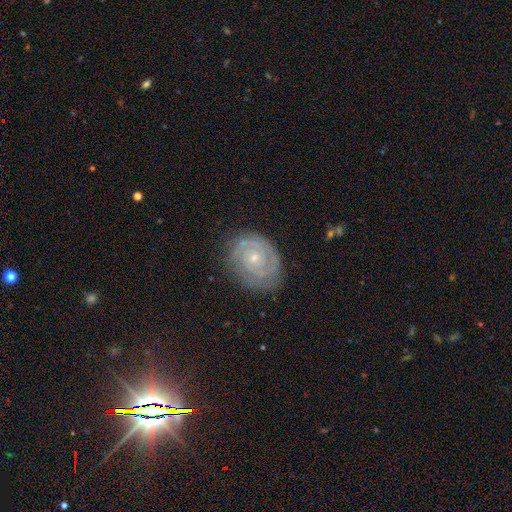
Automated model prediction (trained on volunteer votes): This appears to be a featured or disk galaxy (69%) with no bar (76%), tight (75%) spiral arms (85%) and a small central bulge (65%). Merging: none (79%).